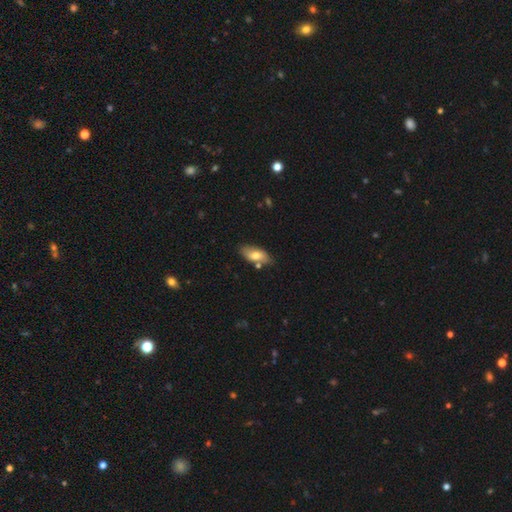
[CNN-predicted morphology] smooth_or_featured: smooth (p=0.71) [alt: featured or disk p=0.23]
how_rounded: in between (p=0.87) [alt: cigar-shaped p=0.09]
merging: none (p=0.74) [alt: minor disturbance p=0.16]